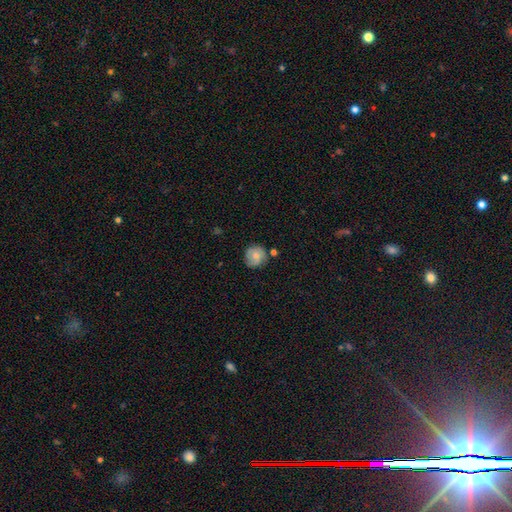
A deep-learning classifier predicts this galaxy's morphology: This appears to be a smooth galaxy with no disk features (59%) that is round (87%). Merging: none (70%).